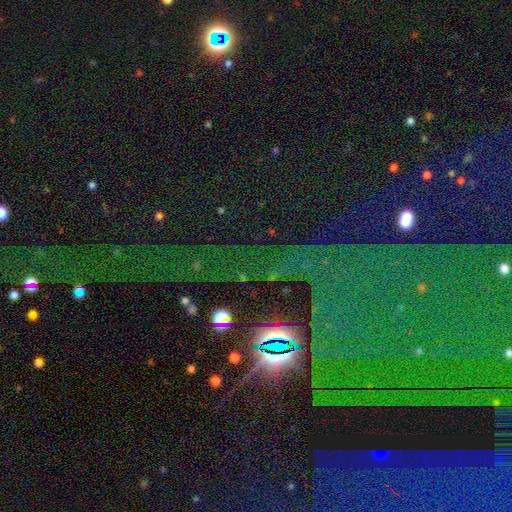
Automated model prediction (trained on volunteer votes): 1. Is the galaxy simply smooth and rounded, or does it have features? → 80% star or artifact, 10% featured or disk, 9% smooth.